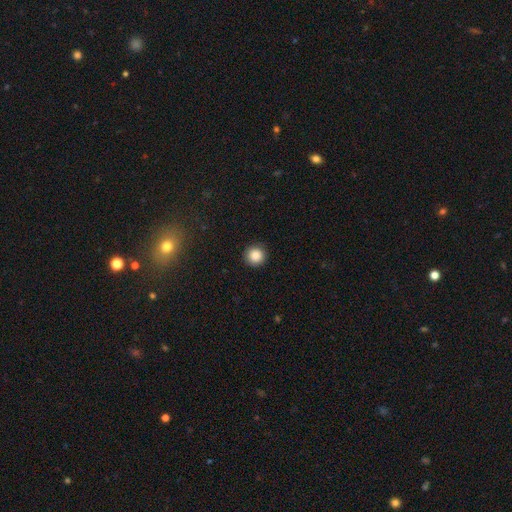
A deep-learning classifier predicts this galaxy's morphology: smooth 87%, star or artifact 10%, featured or disk 3%. Down the decision tree: how rounded — round (95%); merging — none (91%).